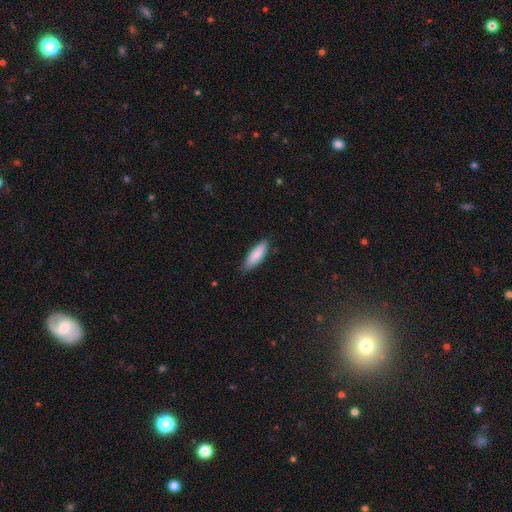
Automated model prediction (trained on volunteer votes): This appears to be a smooth galaxy with no disk features (86%) that is in between round and cigar-shaped (50%). Merging: none (82%).